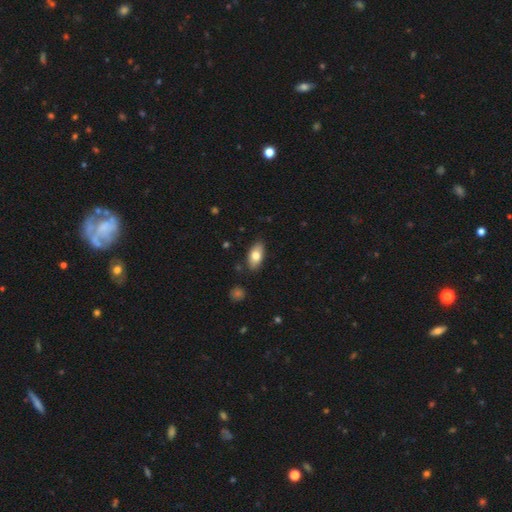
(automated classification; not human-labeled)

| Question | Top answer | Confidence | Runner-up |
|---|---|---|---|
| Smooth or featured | smooth | 77% | featured or disk (17%) |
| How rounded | in between | 91% | cigar-shaped (6%) |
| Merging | none | 85% | minor disturbance (11%) |